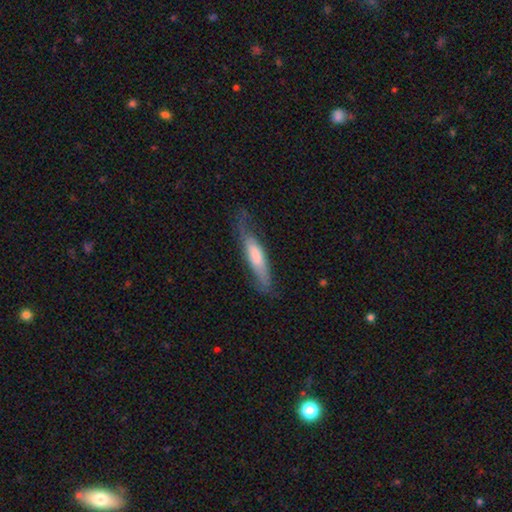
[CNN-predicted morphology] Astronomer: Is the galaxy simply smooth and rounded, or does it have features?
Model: smooth — 59% (runner-up: featured or disk, 35%).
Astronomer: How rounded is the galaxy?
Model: cigar-shaped — 69%.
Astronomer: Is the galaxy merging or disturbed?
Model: none — 59%.